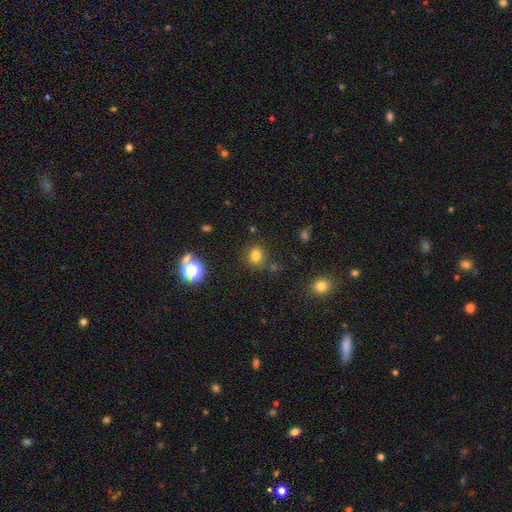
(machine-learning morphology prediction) This is likely a smooth galaxy (77%). How rounded: likely round (71%). Merging: clearly none (80%).